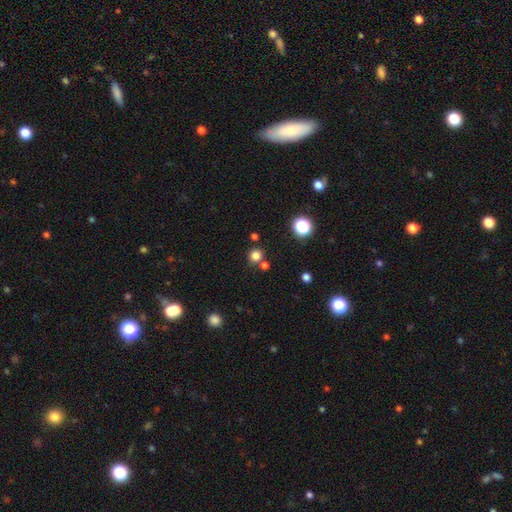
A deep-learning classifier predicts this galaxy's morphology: Smooth or featured? smooth (79%)
How rounded? round (91%)
Merging? none (75%)